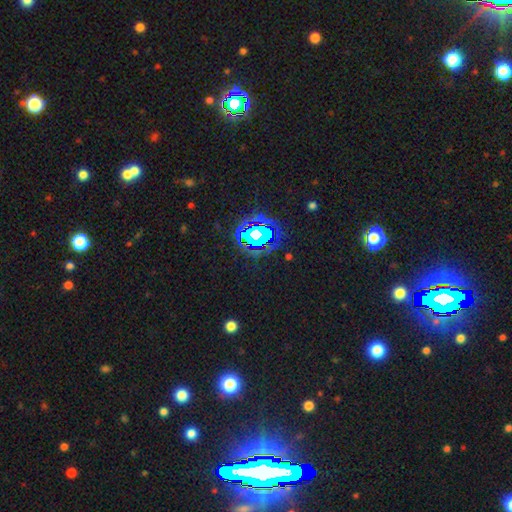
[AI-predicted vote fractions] A star or artifact, not a galaxy (81%).